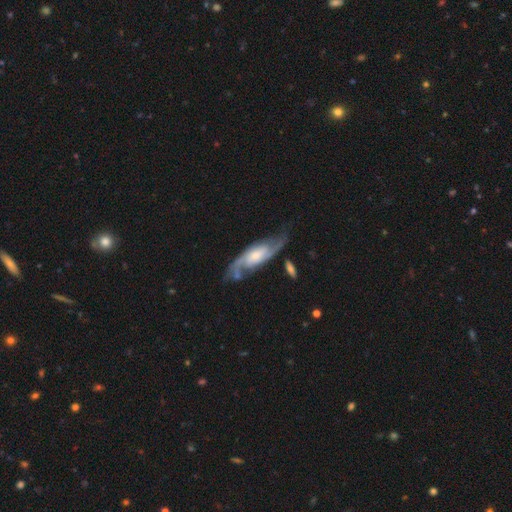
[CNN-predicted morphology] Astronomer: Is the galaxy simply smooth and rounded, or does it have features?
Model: featured or disk — 86%.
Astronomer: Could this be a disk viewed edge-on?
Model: no — 91%.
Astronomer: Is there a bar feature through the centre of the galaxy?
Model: no — 49% (runner-up: weak, 39%).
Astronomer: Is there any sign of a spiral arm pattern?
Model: yes — 97%.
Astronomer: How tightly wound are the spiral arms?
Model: medium — 49% (runner-up: loose, 29%).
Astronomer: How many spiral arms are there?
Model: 2 — 86%.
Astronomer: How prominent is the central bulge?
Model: small — 42% (runner-up: moderate, 40%).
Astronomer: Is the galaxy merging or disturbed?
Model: none — 65%.